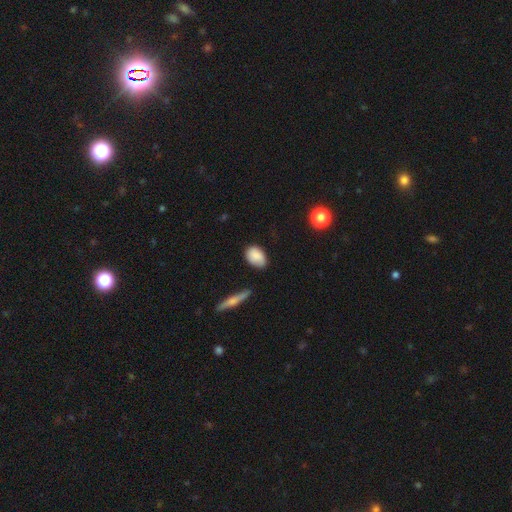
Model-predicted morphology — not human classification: This appears to be a smooth galaxy with no disk features (85%) that is in between round and cigar-shaped (85%). Merging: none (74%).